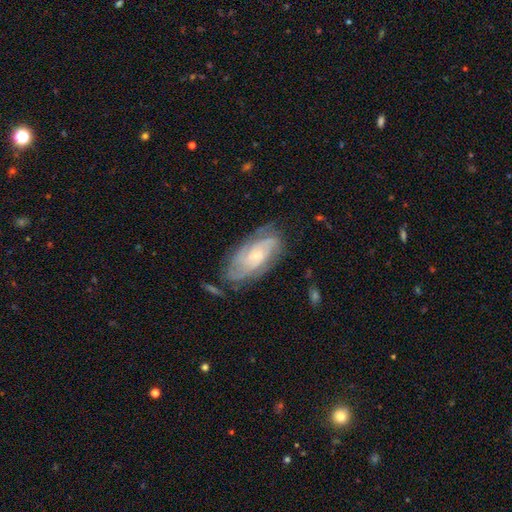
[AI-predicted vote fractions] smooth_or_featured: featured or disk (p=0.80) [alt: smooth p=0.13]
disk_edge_on: no (p=0.94) [alt: yes p=0.06]
bar: no (p=0.61) [alt: weak p=0.32]
has_spiral_arms: yes (p=0.95) [alt: no p=0.05]
spiral_winding: tight (p=0.61) [alt: medium p=0.31]
spiral_arm_count: can't tell (p=0.32) [alt: 2 p=0.29]
bulge_size: small (p=0.58) [alt: moderate p=0.34]
merging: none (p=0.71) [alt: minor disturbance p=0.20]